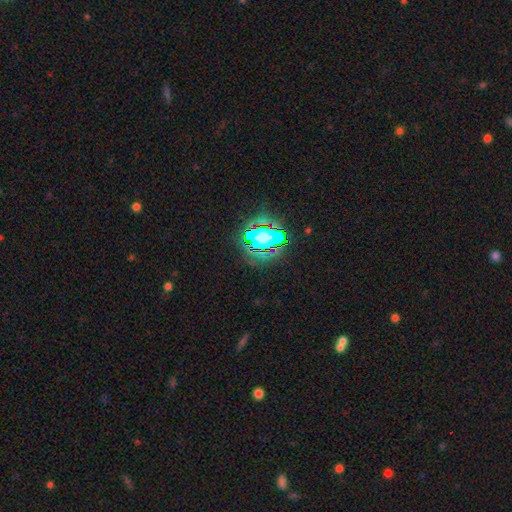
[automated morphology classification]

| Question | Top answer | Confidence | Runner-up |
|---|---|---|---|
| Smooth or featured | star or artifact | 79% | smooth (13%) |